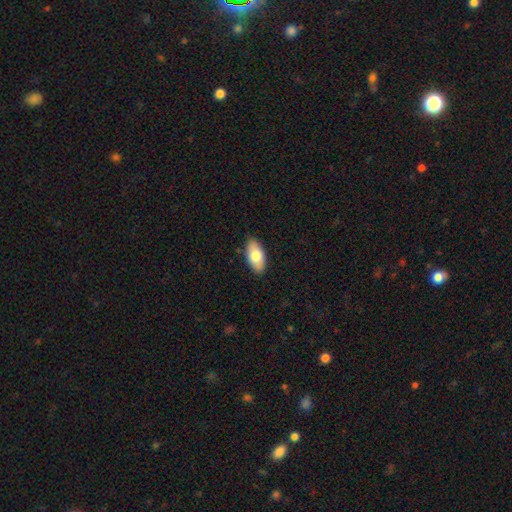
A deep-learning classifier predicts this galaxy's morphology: A smooth galaxy with no disk features (77%) that is in between round and cigar-shaped (92%). Merging: none (87%).